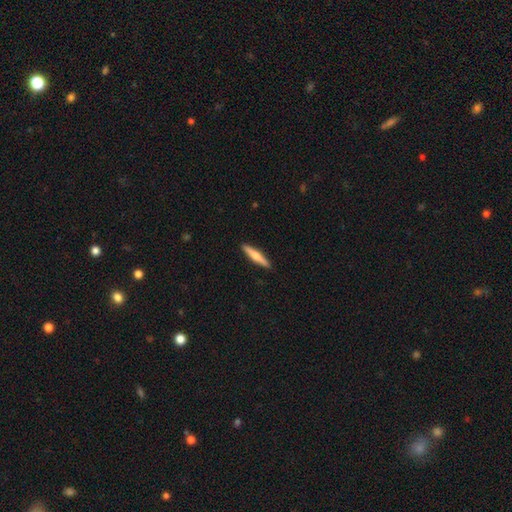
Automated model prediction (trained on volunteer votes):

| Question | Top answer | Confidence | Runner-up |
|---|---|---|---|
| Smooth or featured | smooth | 55% | featured or disk (40%) |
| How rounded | cigar-shaped | 91% | in between (8%) |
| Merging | none | 92% | minor disturbance (6%) |